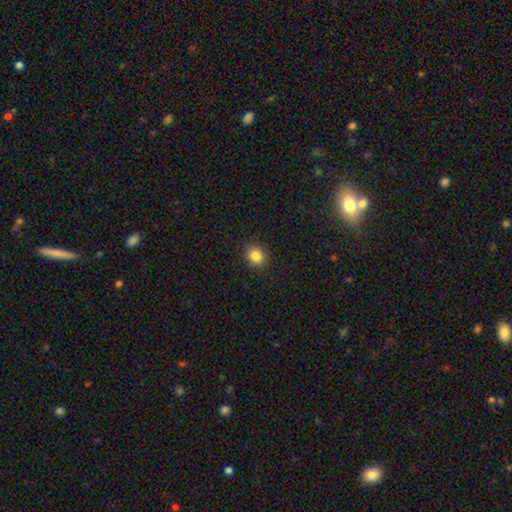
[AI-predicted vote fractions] Overall: smooth (85%). How rounded: round (73%). Merging: none (90%).